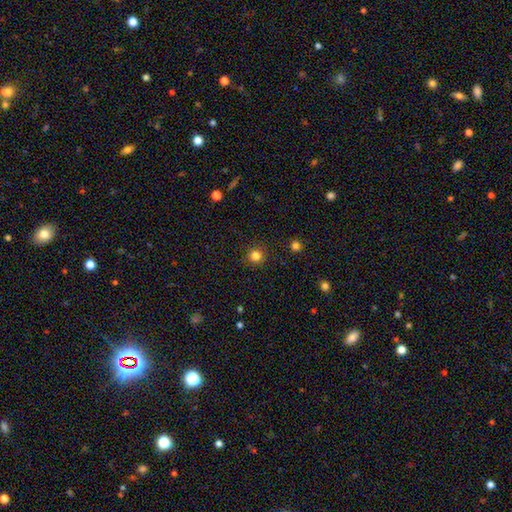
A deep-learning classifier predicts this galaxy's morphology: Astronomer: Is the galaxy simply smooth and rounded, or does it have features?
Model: smooth — 82%.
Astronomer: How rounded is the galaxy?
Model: round — 94%.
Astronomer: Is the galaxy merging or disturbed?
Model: none — 91%.